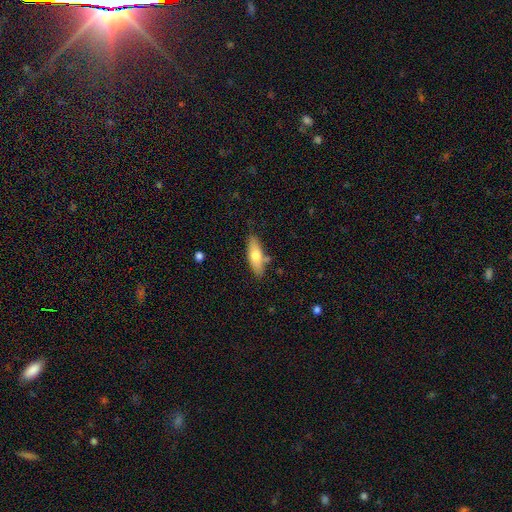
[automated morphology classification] smooth-or-featured: smooth: 67% | featured or disk: 27% | star or artifact: 6%
  how-rounded: in between: 57% | cigar-shaped: 40% | round: 2%
  merging: none: 74% | minor disturbance: 16% | merger: 6% | major disturbance: 3%